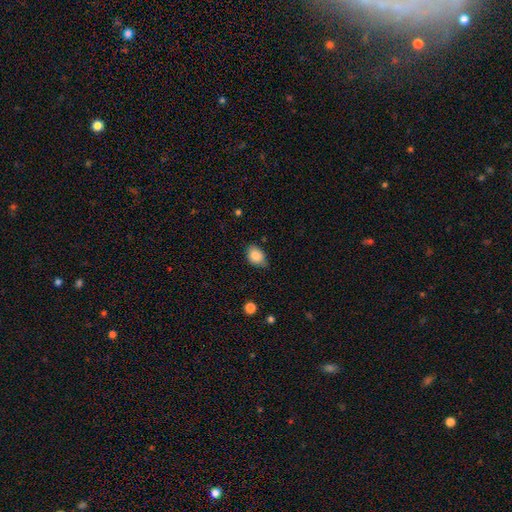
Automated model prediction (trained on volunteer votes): Overall: smooth (87%). How rounded: in between (69%). Merging: none (66%; minor disturbance 28%).